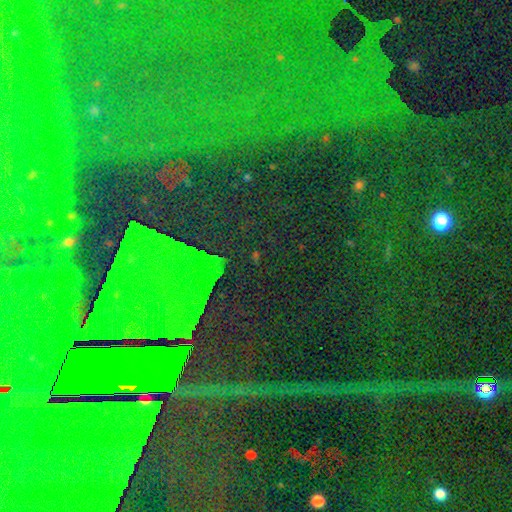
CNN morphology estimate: smooth_or_featured: star or artifact (p=0.74) [alt: smooth p=0.14]